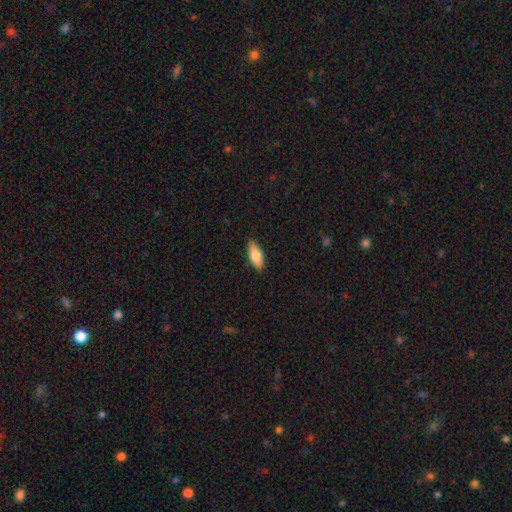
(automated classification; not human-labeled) This appears to be a smooth galaxy with no disk features (74%) that is in between round and cigar-shaped (75%). Merging: none (89%).